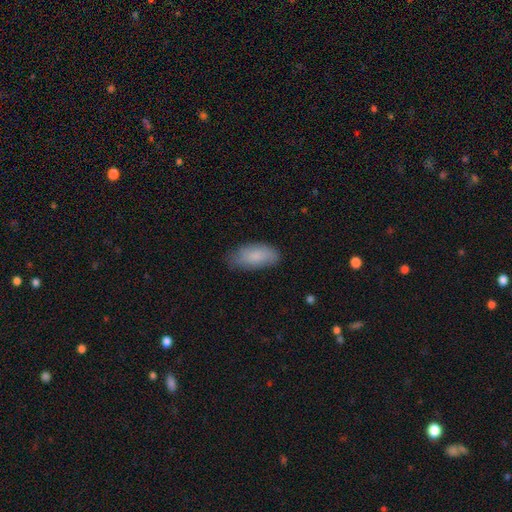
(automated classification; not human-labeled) The model was most divided on "merging": none: 74%, minor disturbance: 21%, major disturbance: 4%, merger: 1%. More confident: how rounded — in between (90%); smooth or featured — smooth (83%).